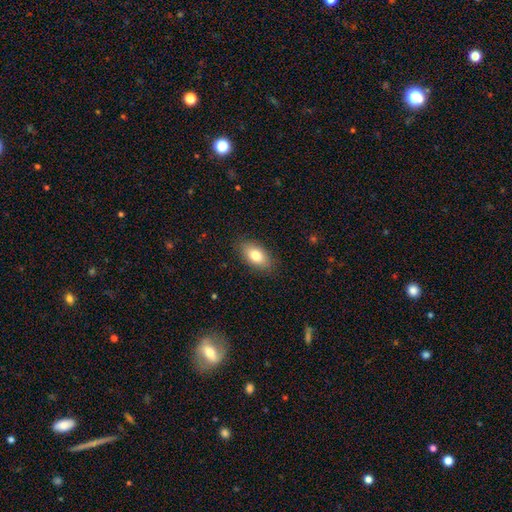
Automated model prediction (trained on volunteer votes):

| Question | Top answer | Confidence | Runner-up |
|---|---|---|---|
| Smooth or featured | smooth | 79% | featured or disk (14%) |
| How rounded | in between | 91% | round (5%) |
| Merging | none | 86% | minor disturbance (10%) |